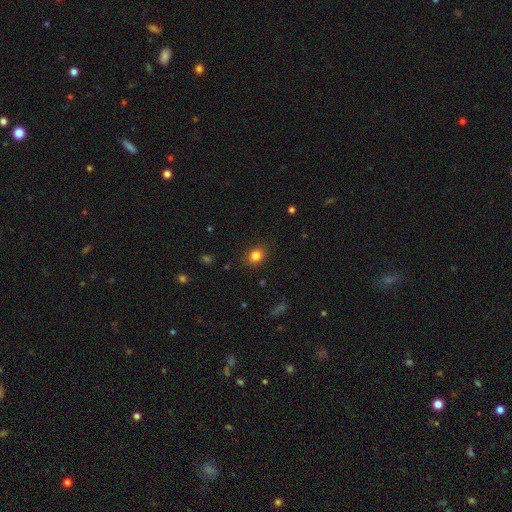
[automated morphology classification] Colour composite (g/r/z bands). It shows a smooth galaxy with no disk features (83%) that is round (53%). Merging: none (86%).